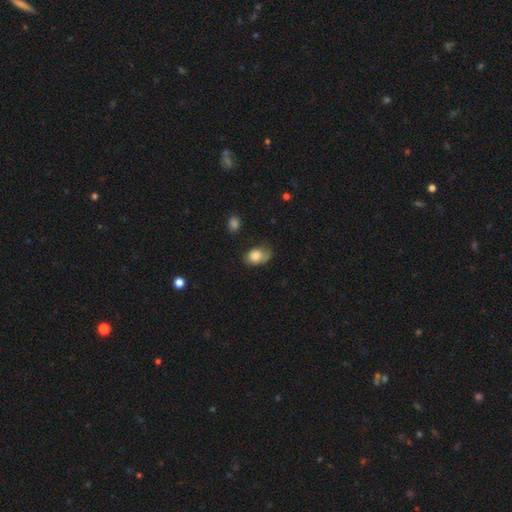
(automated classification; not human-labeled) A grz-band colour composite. It shows a smooth galaxy with no disk features (79%) that is in between round and cigar-shaped (70%). Merging: none (41%).